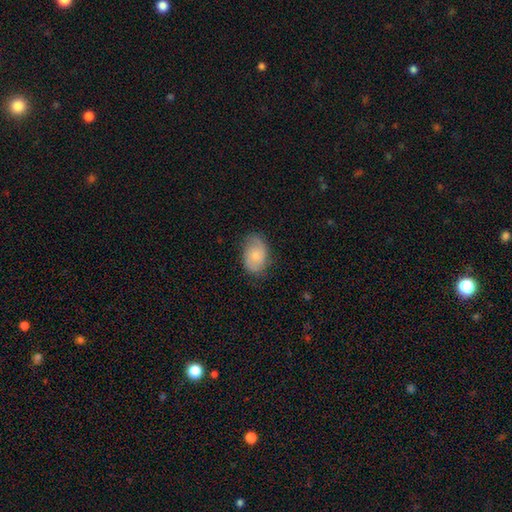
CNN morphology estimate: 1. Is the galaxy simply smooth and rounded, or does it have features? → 57% smooth, 36% featured or disk, 7% star or artifact.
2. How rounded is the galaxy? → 84% in between, 14% round, 1% cigar-shaped.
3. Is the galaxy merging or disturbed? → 72% none, 21% minor disturbance, 6% major disturbance, 1% merger.